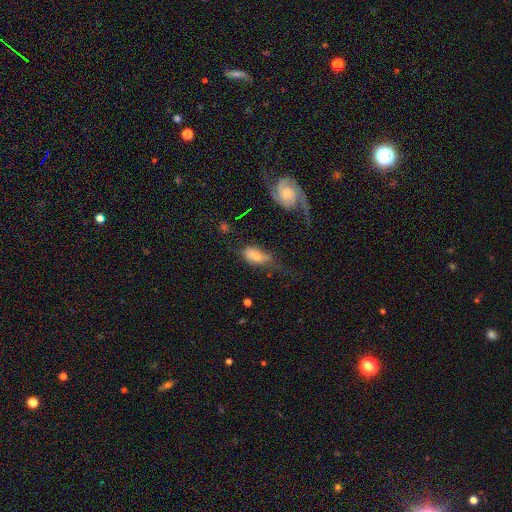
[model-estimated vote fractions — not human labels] smooth_or_featured: smooth (p=0.49) [alt: featured or disk p=0.41]
merging: none (p=0.34) [alt: major disturbance p=0.32]